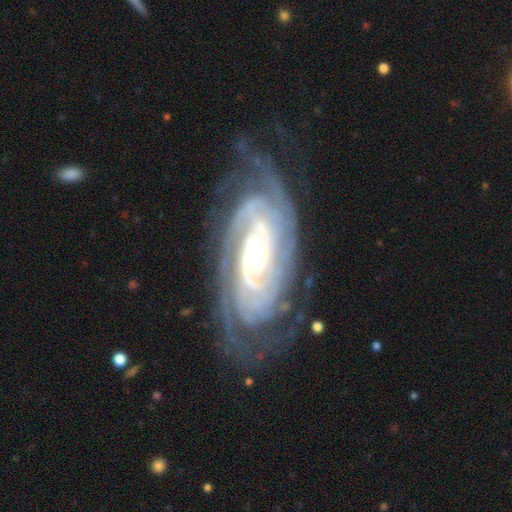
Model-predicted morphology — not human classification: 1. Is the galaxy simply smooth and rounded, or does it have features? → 91% featured or disk, 5% star or artifact, 4% smooth.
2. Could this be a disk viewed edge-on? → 94% no, 6% yes.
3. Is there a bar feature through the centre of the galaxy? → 56% no, 26% weak, 18% strong.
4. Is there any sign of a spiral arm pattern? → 98% yes, 2% no.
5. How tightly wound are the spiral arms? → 77% tight, 20% medium, 3% loose.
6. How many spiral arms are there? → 28% 2, 23% can't tell, 20% 3, 15% 4, 9% more than 4, 6% 1.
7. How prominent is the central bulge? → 46% moderate, 42% small, 10% large, 2% none, 2% dominant.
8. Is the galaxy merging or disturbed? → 71% none, 18% minor disturbance, 9% major disturbance, 1% merger.